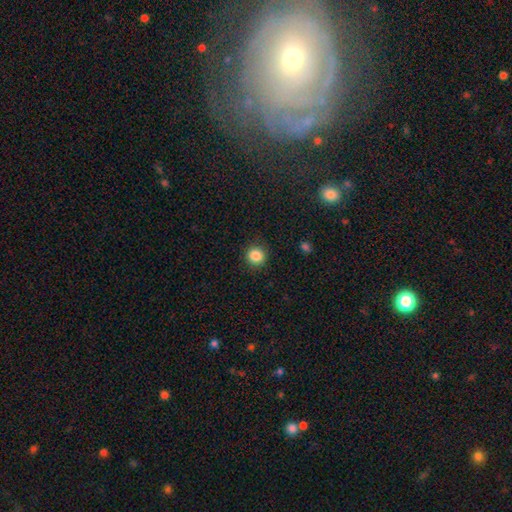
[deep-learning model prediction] A smooth galaxy with no disk features (86%) that is round (92%).

Vote fractions:
- Smooth or featured? smooth: 86% / star or artifact: 10% / featured or disk: 4%
- How rounded? round: 92% / in between: 7% / cigar-shaped: 1%
- Merging? none: 90% / minor disturbance: 7% / major disturbance: 2% / merger: 1%